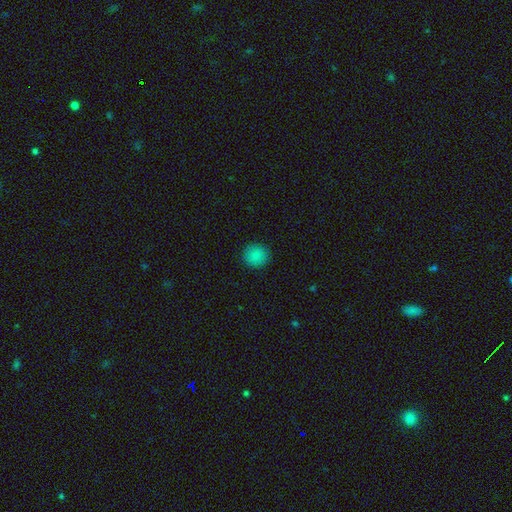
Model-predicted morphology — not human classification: smooth-or-featured: smooth: 85% | star or artifact: 10% | featured or disk: 4%
  how-rounded: round: 92% | in between: 7% | cigar-shaped: 1%
  merging: none: 91% | minor disturbance: 6% | major disturbance: 2% | merger: 1%